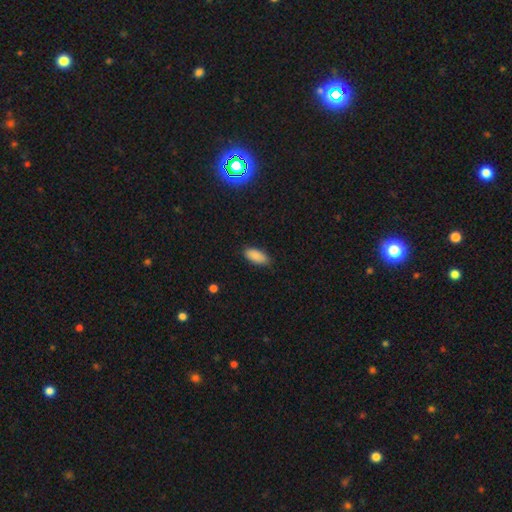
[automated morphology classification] The model was most divided on "merging": none: 83%, minor disturbance: 14%, major disturbance: 2%, merger: 1%. More confident: how rounded — in between (89%); smooth or featured — smooth (89%).